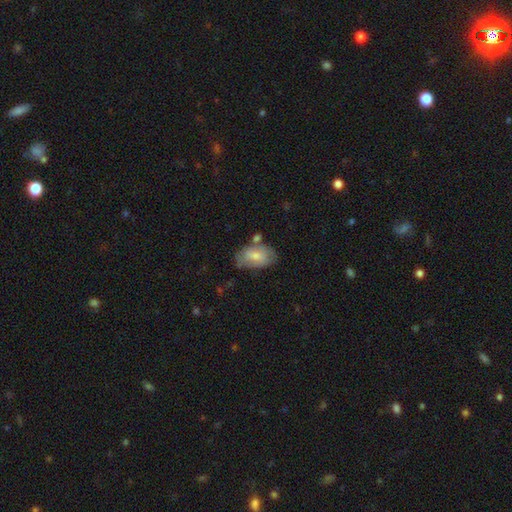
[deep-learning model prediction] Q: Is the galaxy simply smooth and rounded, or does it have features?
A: smooth — 61%.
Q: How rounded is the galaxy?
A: in between — 90%.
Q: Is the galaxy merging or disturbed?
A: none — 53%.